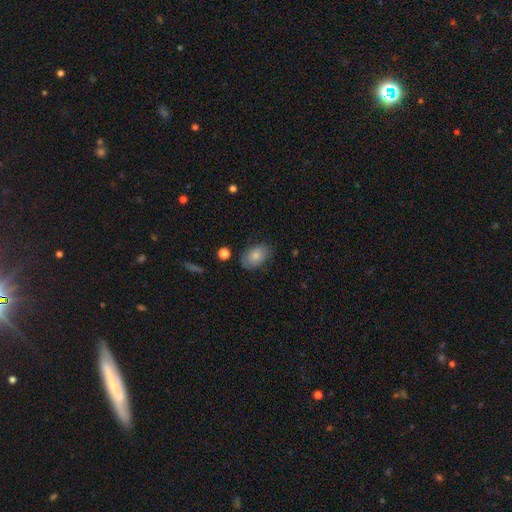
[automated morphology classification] smooth 81%, featured or disk 12%, star or artifact 7%. Down the decision tree: how rounded — in between (87%); merging — none (77%).